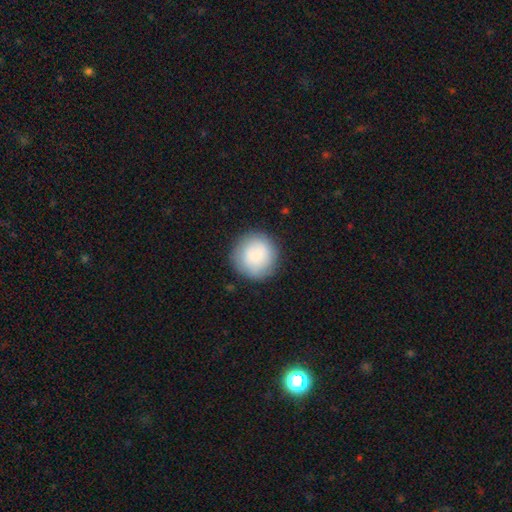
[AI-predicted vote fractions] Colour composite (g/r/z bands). It shows a smooth galaxy with no disk features (81%) that is round (94%). Merging: none (85%).